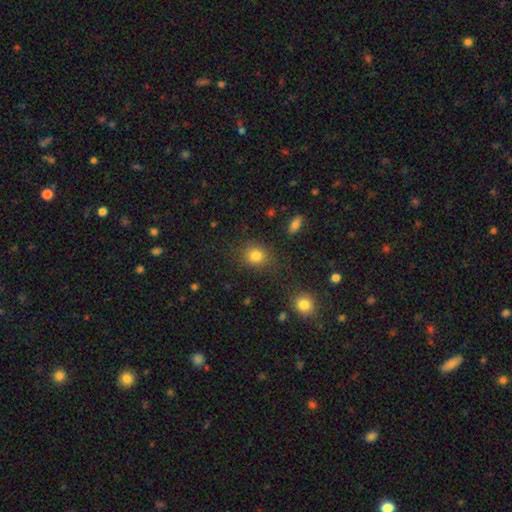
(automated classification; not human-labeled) Q: Smooth or featured?
A: smooth (82%); runner-up: star or artifact (12%)
Q: How rounded?
A: round (76%); runner-up: in between (23%)
Q: Merging?
A: none (80%); runner-up: minor disturbance (12%)